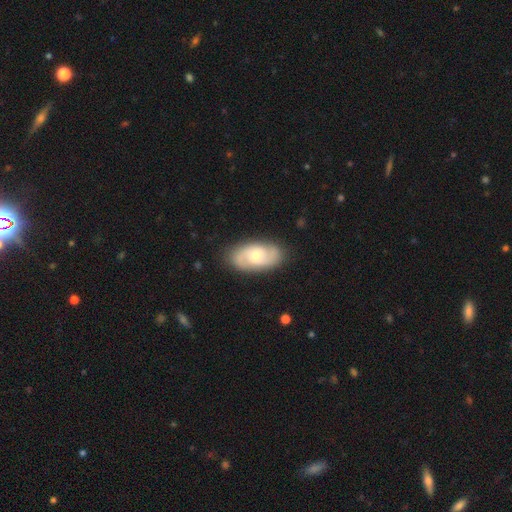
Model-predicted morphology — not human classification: Smooth or featured: featured or disk — 65% (smooth — 30%)
Edge-on disk: no — 94% (yes — 6%)
Bar: no — 55% (weak — 39%)
Spiral arms: yes — 87% (no — 13%)
Spiral winding: medium — 45% (tight — 34%)
Spiral arm count: 2 — 79% (can't tell — 13%)
Bulge size: moderate — 59% (small — 33%)
Merging: none — 84% (minor disturbance — 12%)